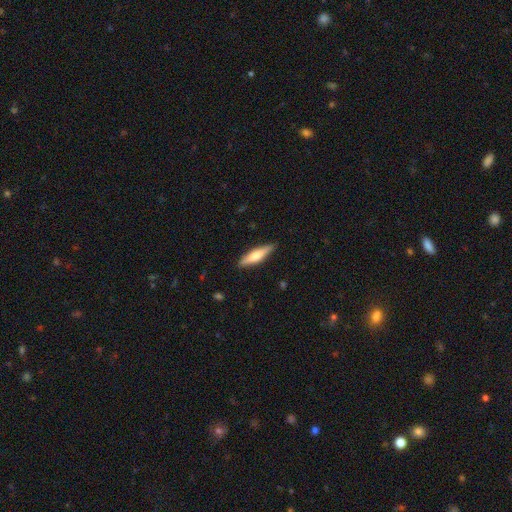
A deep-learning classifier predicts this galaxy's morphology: type=smooth (59%); roundness=cigar-shaped (73%); merging=none (88%).